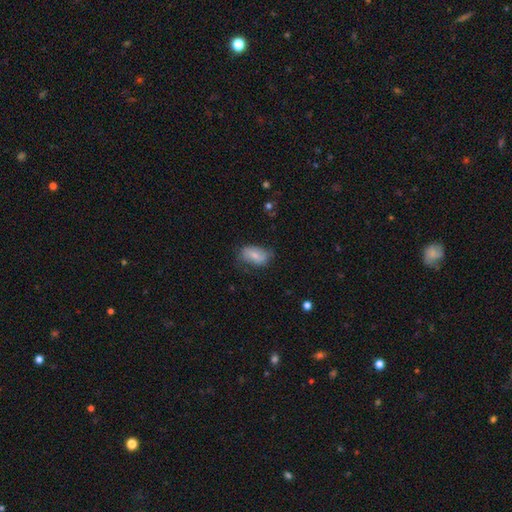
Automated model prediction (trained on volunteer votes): Morphology: type=smooth (65%); roundness=in between (90%); merging=none (58%).